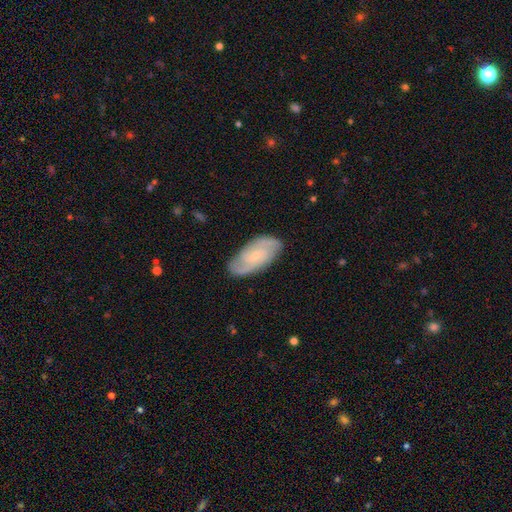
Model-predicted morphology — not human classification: Smooth or featured? featured or disk (73%)
Edge-on disk? no (94%)
Bar? no (66%)
Spiral arms? yes (93%)
Spiral winding? tight (46%)
Spiral arm count? 2 (56%)
Bulge size? small (75%)
Merging? none (81%)